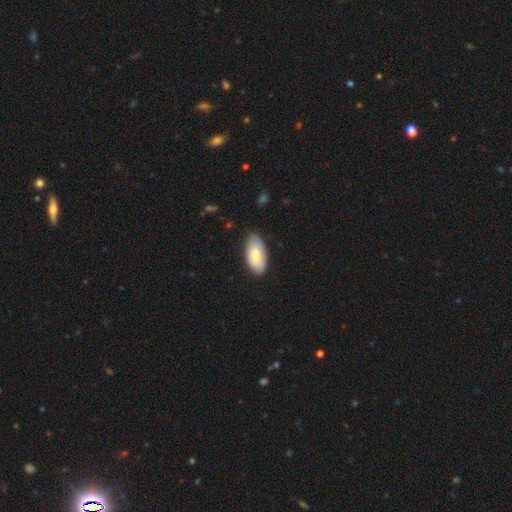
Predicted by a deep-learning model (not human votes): A smooth galaxy with no disk features (70%) that is in between round and cigar-shaped (94%). Merging: none (76%).